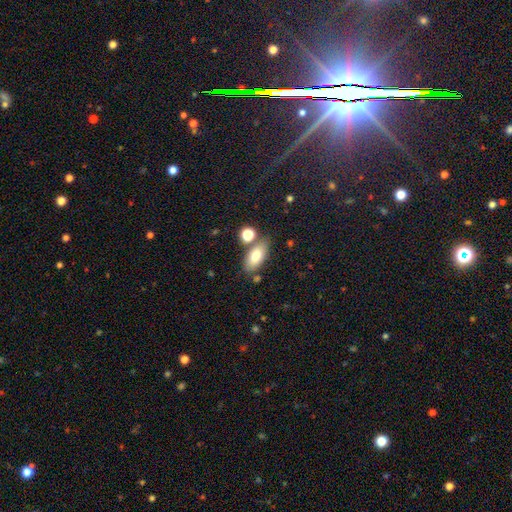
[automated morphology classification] Smooth or featured?
  - smooth: 77% *
  - featured or disk: 15%
  - star or artifact: 8%
How rounded?
  - in between: 88% *
  - cigar-shaped: 8%
  - round: 5%
Merging?
  - none: 70% *
  - minor disturbance: 13%
  - merger: 13%
  - major disturbance: 4%